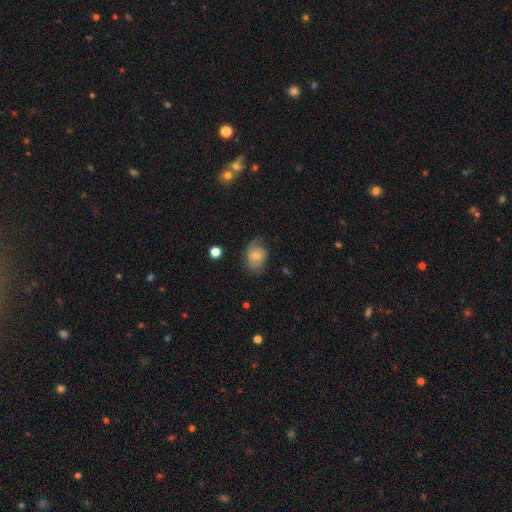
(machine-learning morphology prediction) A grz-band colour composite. It shows a smooth galaxy with no disk features (49%). Merging: none (54%).